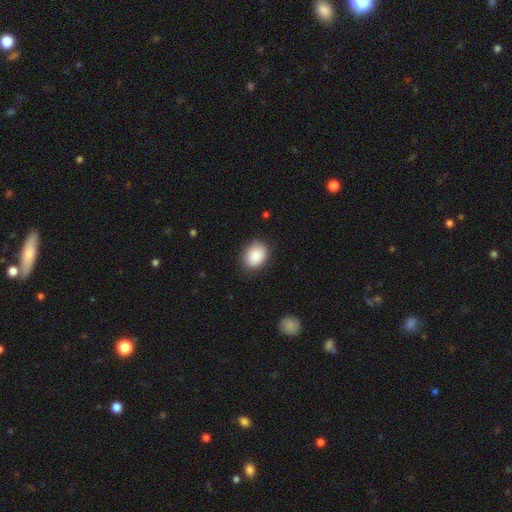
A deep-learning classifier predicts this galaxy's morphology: This is clearly a smooth galaxy (87%). How rounded: possibly in between (55%). Merging: clearly none (82%).